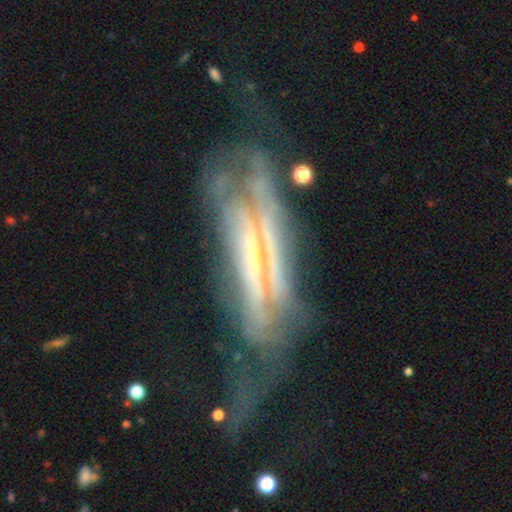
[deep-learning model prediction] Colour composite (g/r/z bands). It shows a featured or disk galaxy (78%) viewed edge-on (58%). Merging: none (39%).